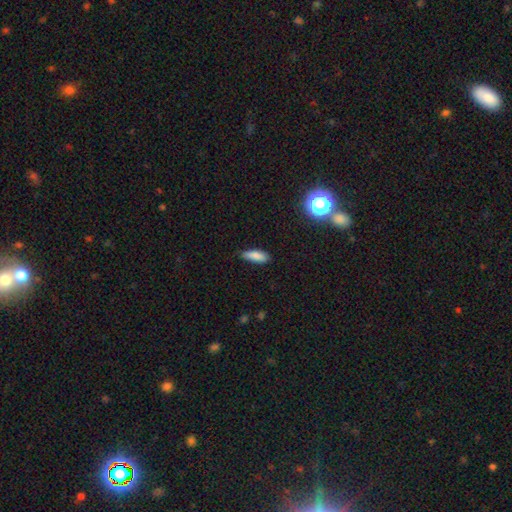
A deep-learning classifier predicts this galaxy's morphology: The model was most divided on "how rounded": in between: 65%, cigar-shaped: 33%, round: 2%. More confident: smooth or featured — smooth (84%); merging — none (75%).